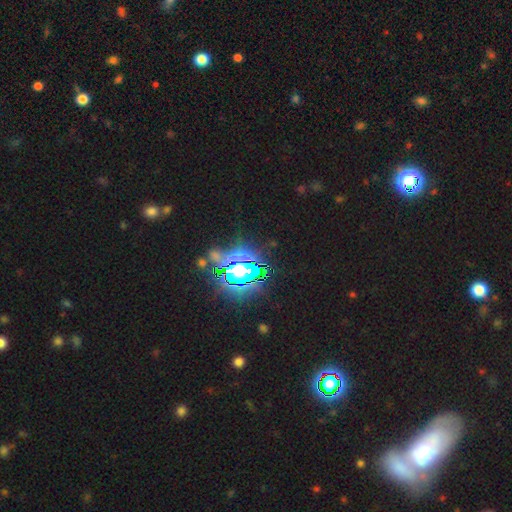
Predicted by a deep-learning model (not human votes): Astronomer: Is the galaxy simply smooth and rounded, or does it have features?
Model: star or artifact — 82%.